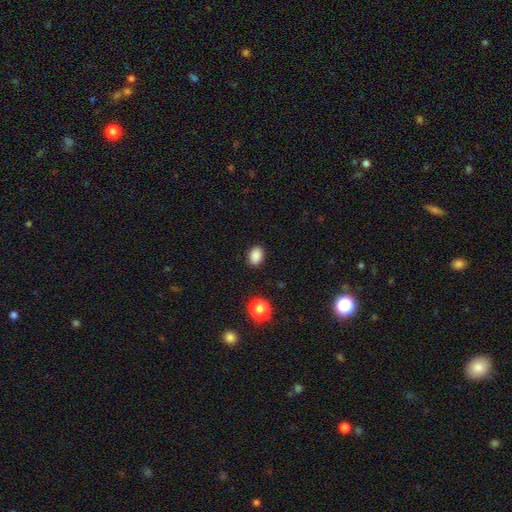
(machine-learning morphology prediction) Smooth or featured? Predicted: smooth (p=0.87). How rounded? Predicted: in between (p=0.72). Merging? Predicted: none (p=0.88).